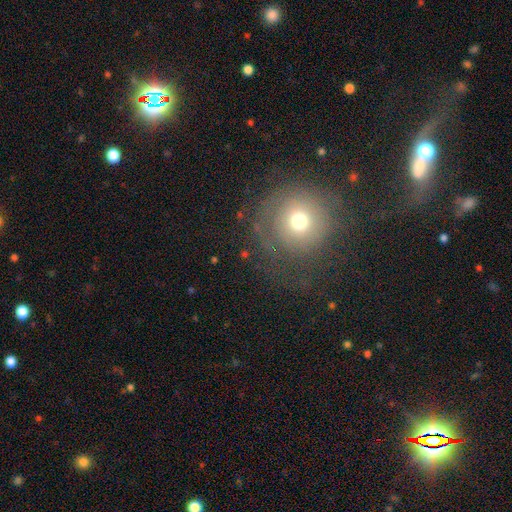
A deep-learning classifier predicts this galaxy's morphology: Smooth or featured: featured or disk — 37% (tied with smooth — 37%)
Merging: none — 76% (minor disturbance — 12%)